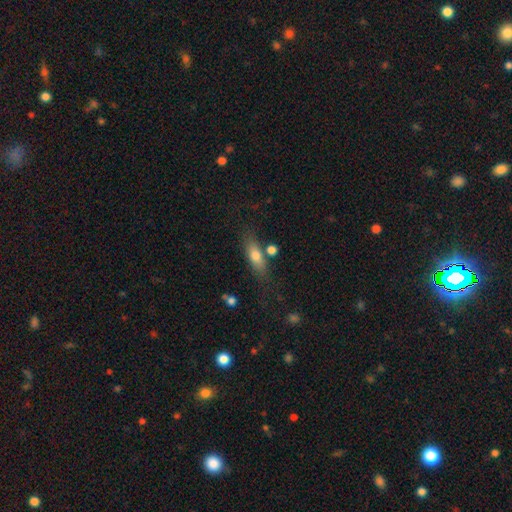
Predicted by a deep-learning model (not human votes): Smooth or featured? Predicted: smooth (p=0.71). How rounded? Predicted: in between (p=0.61). Merging? Predicted: none (p=0.68).